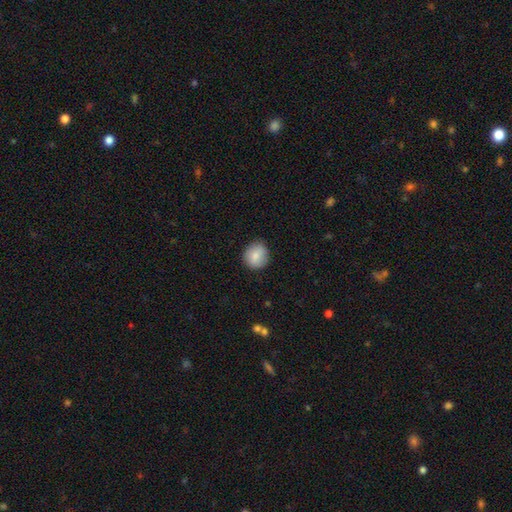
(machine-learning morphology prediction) This appears to be a smooth galaxy with no disk features (84%) that is round (85%). Merging: none (84%).